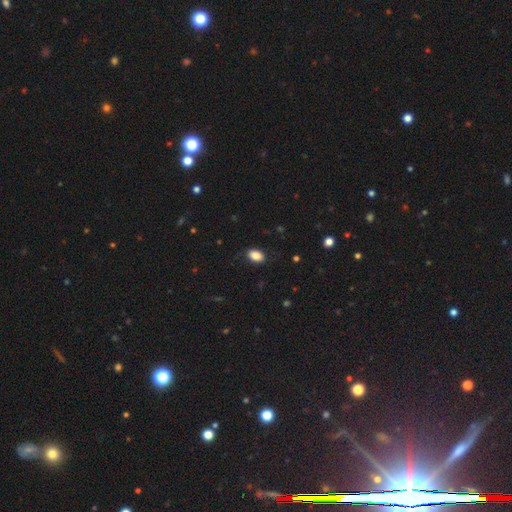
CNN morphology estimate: This is clearly a smooth galaxy (87%). How rounded: clearly in between (88%). Merging: clearly none (82%).